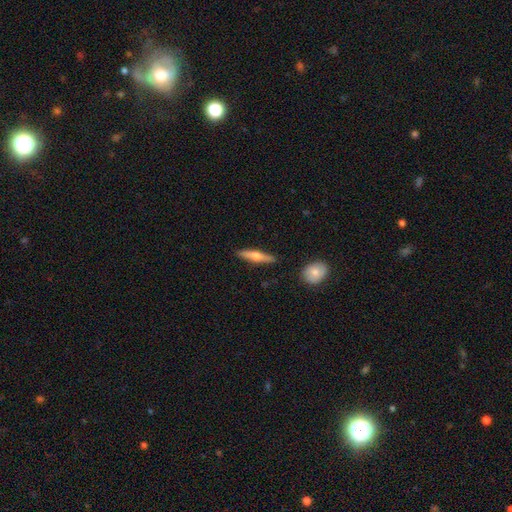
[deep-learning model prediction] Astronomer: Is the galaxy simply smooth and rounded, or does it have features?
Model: featured or disk — 50% (runner-up: smooth, 45%).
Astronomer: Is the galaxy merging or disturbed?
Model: none — 88%.